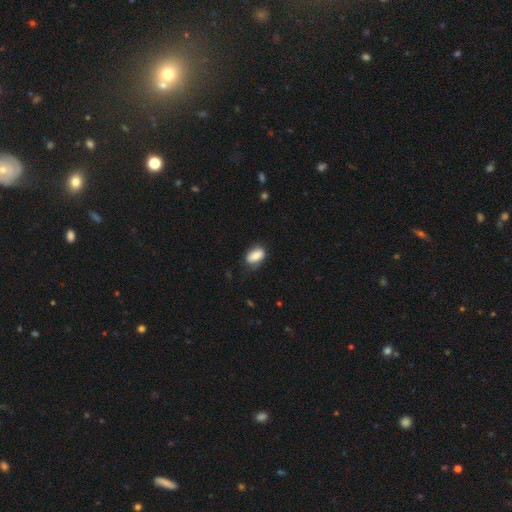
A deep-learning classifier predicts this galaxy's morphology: Smooth or featured?
  - smooth: 80% *
  - featured or disk: 12%
  - star or artifact: 7%
How rounded?
  - in between: 89% *
  - round: 8%
  - cigar-shaped: 3%
Merging?
  - none: 71% *
  - minor disturbance: 22%
  - major disturbance: 6%
  - merger: 1%